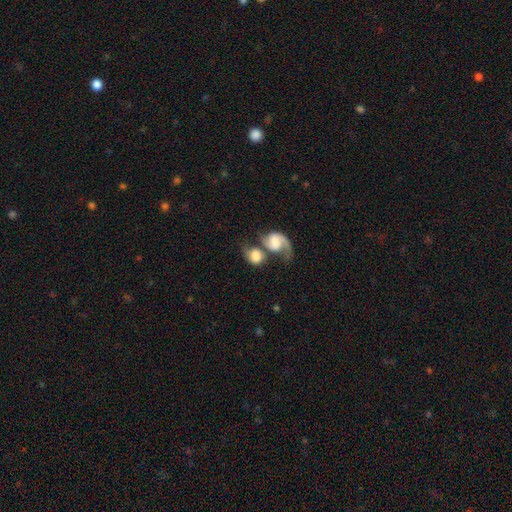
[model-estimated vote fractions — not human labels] Smooth or featured? smooth (58%)
How rounded? round (53%)
Merging? merger (63%)